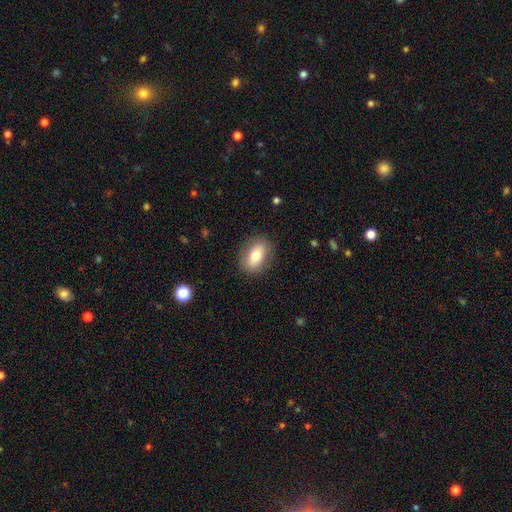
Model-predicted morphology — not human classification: Q: Smooth or featured?
A: smooth (74%); runner-up: featured or disk (19%)
Q: How rounded?
A: in between (81%); runner-up: round (16%)
Q: Merging?
A: none (85%); runner-up: minor disturbance (10%)